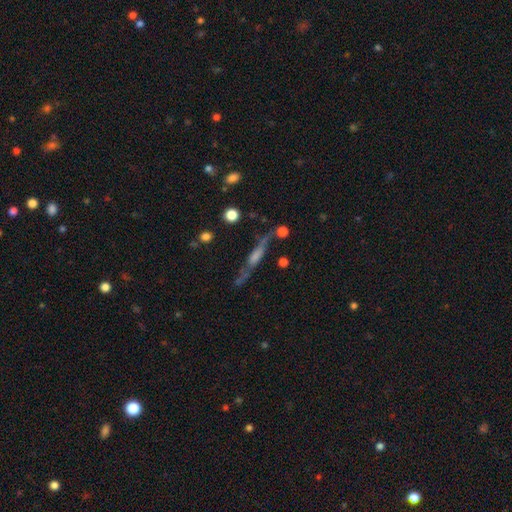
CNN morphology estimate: Smooth or featured? featured or disk (64%)
Edge-on disk? yes (82%)
Edge-on bulge? rounded (39%)
Merging? none (63%)